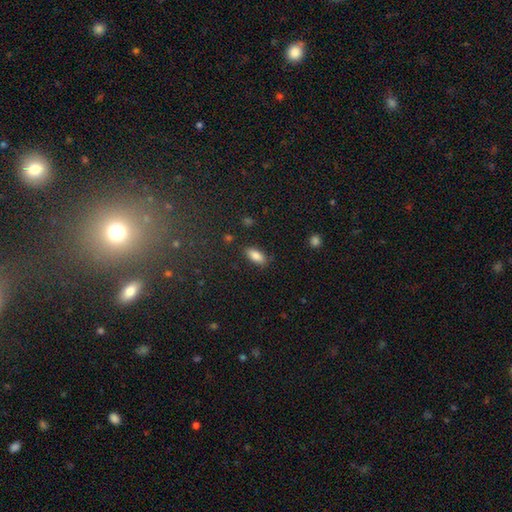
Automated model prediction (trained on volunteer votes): smooth 86%, star or artifact 8%, featured or disk 6%. Down the decision tree: how rounded — in between (87%); merging — none (83%).